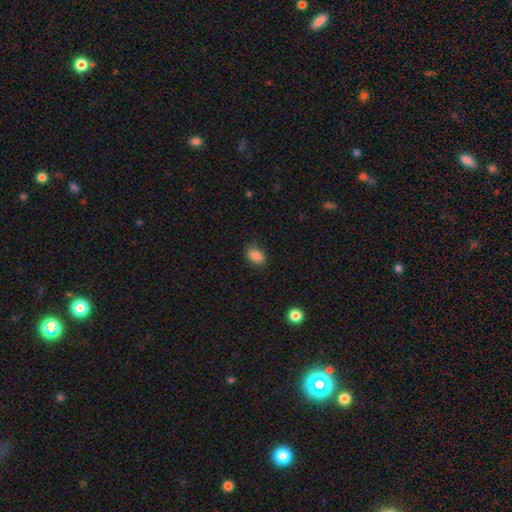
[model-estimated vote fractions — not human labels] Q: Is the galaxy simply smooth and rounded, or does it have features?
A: smooth — 86%.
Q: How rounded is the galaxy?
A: in between — 84%.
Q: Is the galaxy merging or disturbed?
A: none — 84%.